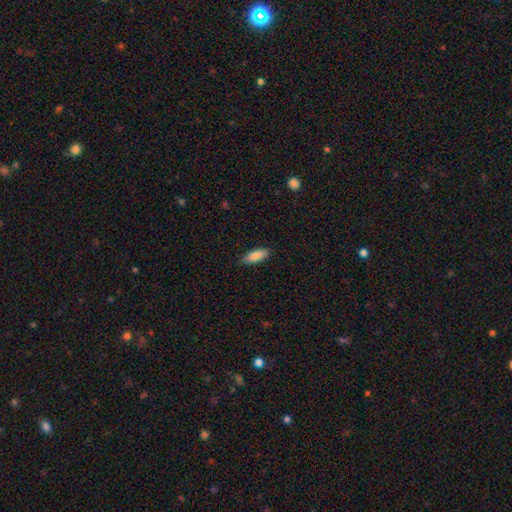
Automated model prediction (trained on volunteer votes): Smooth or featured? Predicted: smooth (p=0.84). How rounded? Predicted: in between (p=0.73). Merging? Predicted: none (p=0.84).